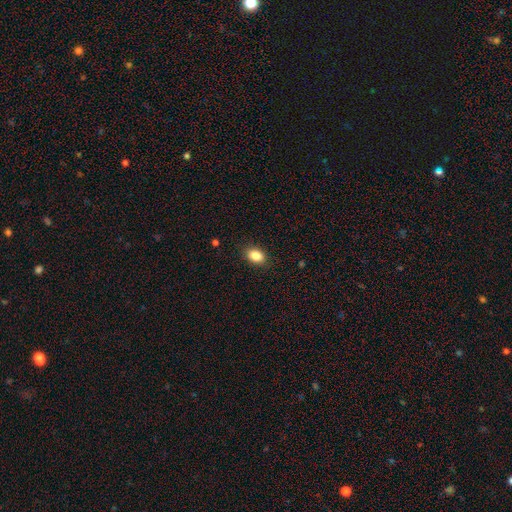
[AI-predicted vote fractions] A smooth galaxy with no disk features (87%) that is in between round and cigar-shaped (84%).

Vote fractions:
- Smooth or featured? smooth: 87% / star or artifact: 8% / featured or disk: 4%
- How rounded? in between: 84% / round: 14% / cigar-shaped: 1%
- Merging? none: 88% / minor disturbance: 9% / major disturbance: 2% / merger: 1%